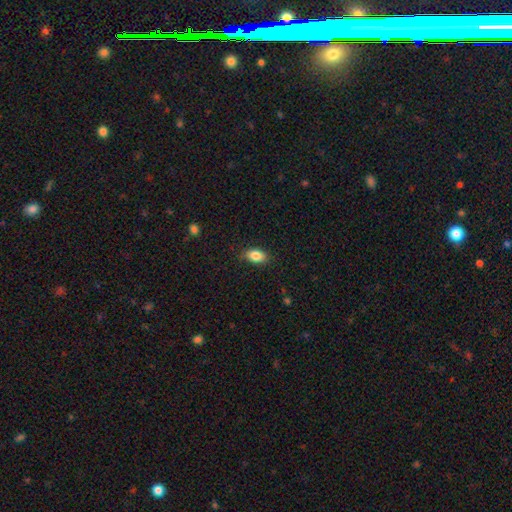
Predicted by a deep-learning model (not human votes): This appears to be a smooth galaxy with no disk features (85%) that is in between round and cigar-shaped (88%). Merging: none (84%).